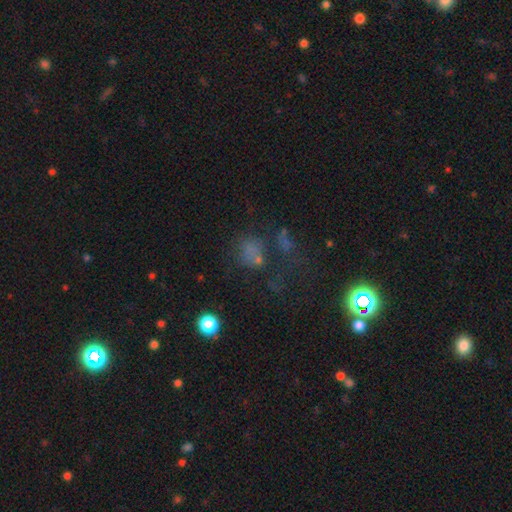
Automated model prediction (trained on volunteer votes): A smooth galaxy with no disk features (46%). Merging: none (48%).